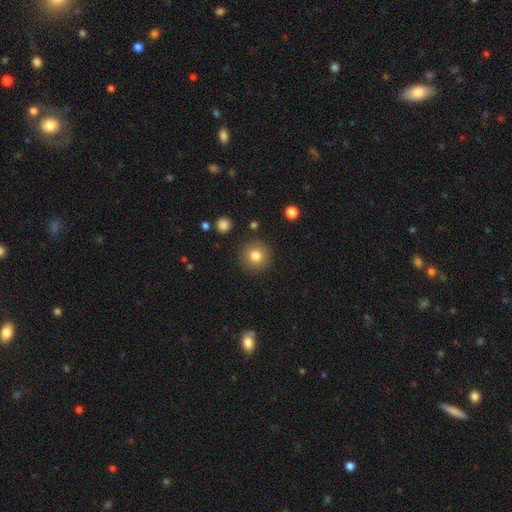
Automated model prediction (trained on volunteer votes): Smooth or featured? Predicted: smooth (p=0.81). How rounded? Predicted: round (p=0.94). Merging? Predicted: none (p=0.89).